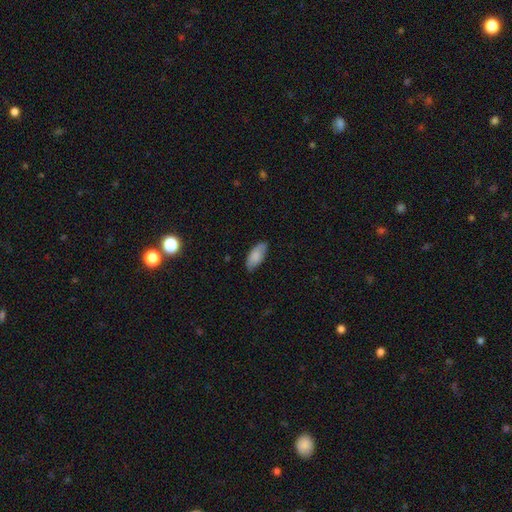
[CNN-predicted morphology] Smooth or featured?
  - smooth: 83% *
  - featured or disk: 11%
  - star or artifact: 6%
How rounded?
  - in between: 88% *
  - cigar-shaped: 10%
  - round: 2%
Merging?
  - none: 78% *
  - minor disturbance: 18%
  - major disturbance: 3%
  - merger: 1%